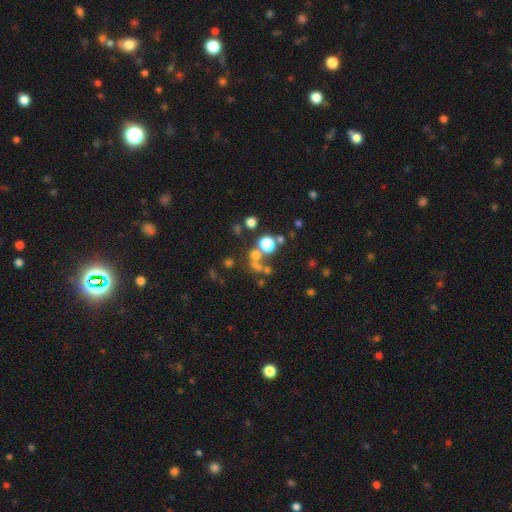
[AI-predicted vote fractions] A smooth galaxy with no disk features (56%) that is round (86%).

Vote fractions:
- Smooth or featured? smooth: 56% / star or artifact: 28% / featured or disk: 16%
- How rounded? round: 86% / in between: 12% / cigar-shaped: 1%
- Merging? none: 51% / merger: 31% / major disturbance: 9% / minor disturbance: 8%